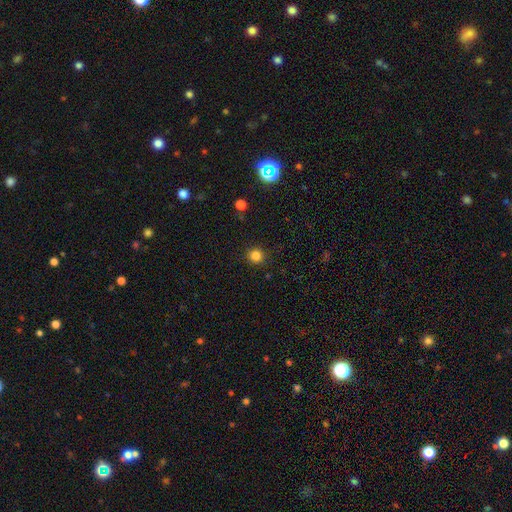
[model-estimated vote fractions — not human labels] Smooth or featured? smooth (82%)
How rounded? round (93%)
Merging? none (91%)